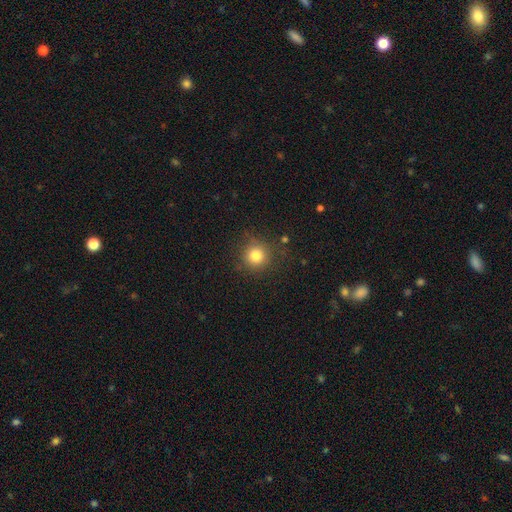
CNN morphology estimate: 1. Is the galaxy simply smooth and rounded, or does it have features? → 81% smooth, 12% star or artifact, 6% featured or disk.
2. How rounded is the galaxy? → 94% round, 5% in between, 1% cigar-shaped.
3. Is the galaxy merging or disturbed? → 85% none, 10% minor disturbance, 3% major disturbance, 2% merger.